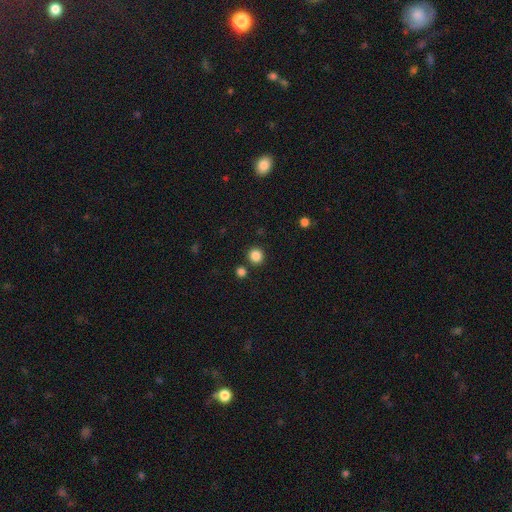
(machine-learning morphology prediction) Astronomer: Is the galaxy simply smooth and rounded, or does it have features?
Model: smooth — 85%.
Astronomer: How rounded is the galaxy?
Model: round — 93%.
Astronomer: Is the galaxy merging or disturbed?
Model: none — 87%.